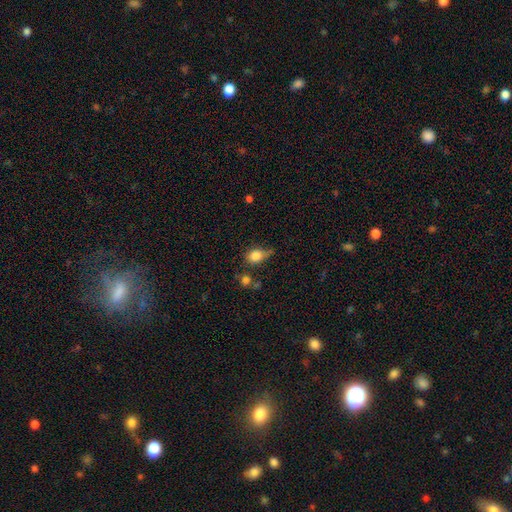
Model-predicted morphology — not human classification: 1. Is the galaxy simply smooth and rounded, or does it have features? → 81% smooth, 10% star or artifact, 9% featured or disk.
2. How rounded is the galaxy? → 50% in between, 48% round, 2% cigar-shaped.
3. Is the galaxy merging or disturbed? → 43% none, 34% minor disturbance, 13% major disturbance, 9% merger.